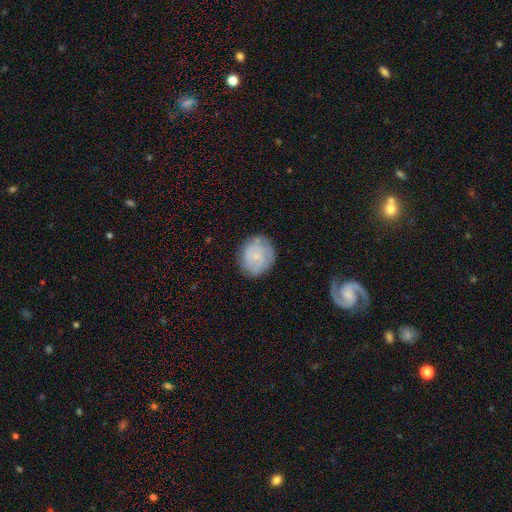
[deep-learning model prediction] Smooth or featured: smooth — 52% (featured or disk — 40%)
How rounded: round — 80% (in between — 19%)
Merging: none — 75% (minor disturbance — 17%)